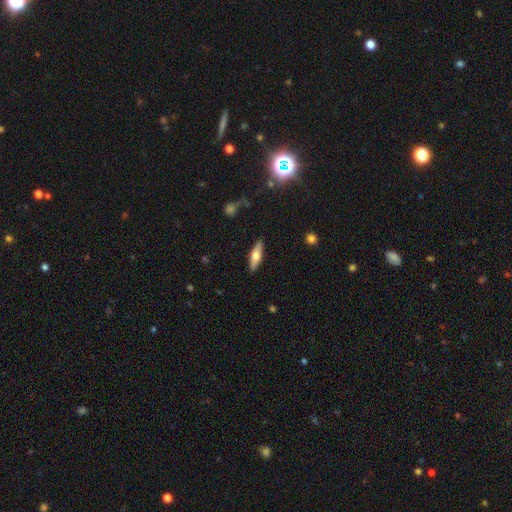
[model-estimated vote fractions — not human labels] Overall: smooth (52%; featured or disk 42%). How rounded: cigar-shaped (56%; in between 41%). Merging: none (88%).